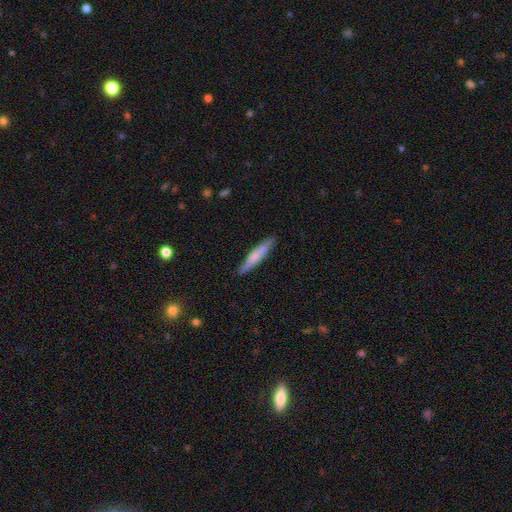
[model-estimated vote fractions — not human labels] Smooth or featured? smooth (63%)
How rounded? cigar-shaped (91%)
Merging? none (85%)